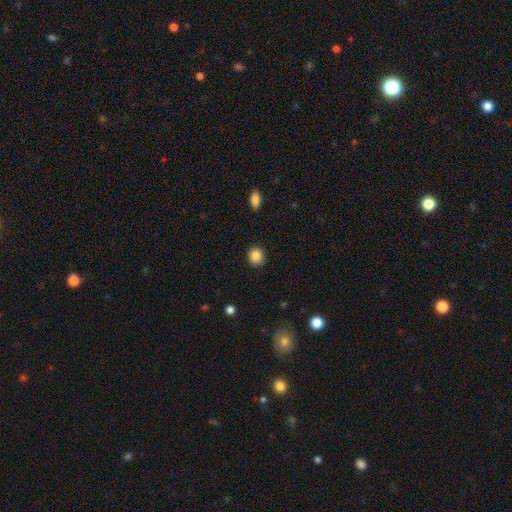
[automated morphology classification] A smooth galaxy with no disk features (87%) that is round (84%). Merging: none (90%).